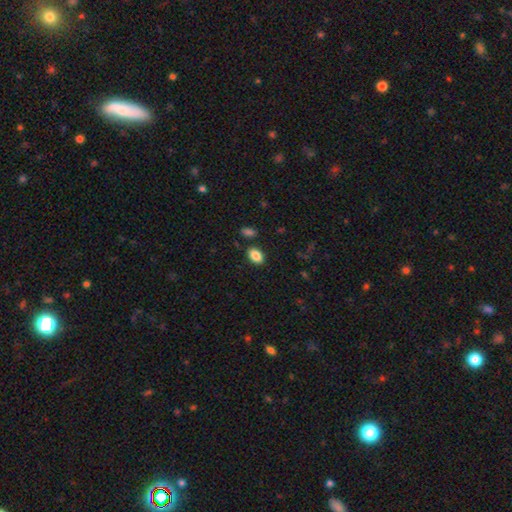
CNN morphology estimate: Smooth or featured?
  - smooth: 87% *
  - star or artifact: 8%
  - featured or disk: 5%
How rounded?
  - in between: 87% *
  - round: 12%
  - cigar-shaped: 1%
Merging?
  - none: 85% *
  - minor disturbance: 9%
  - merger: 4%
  - major disturbance: 2%